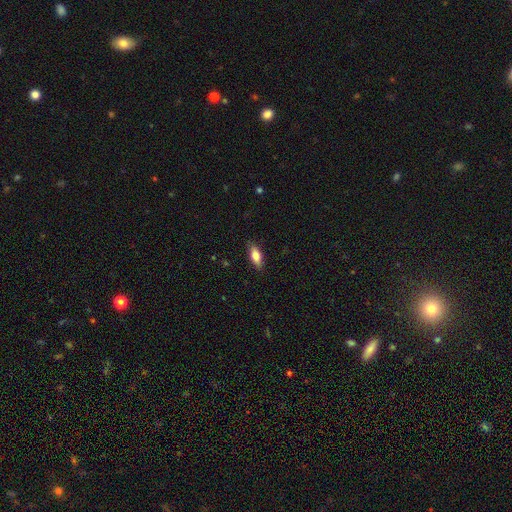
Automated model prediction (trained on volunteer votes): Q: Smooth or featured?
A: smooth (79%); runner-up: featured or disk (15%)
Q: How rounded?
A: in between (75%); runner-up: cigar-shaped (23%)
Q: Merging?
A: none (84%); runner-up: minor disturbance (12%)